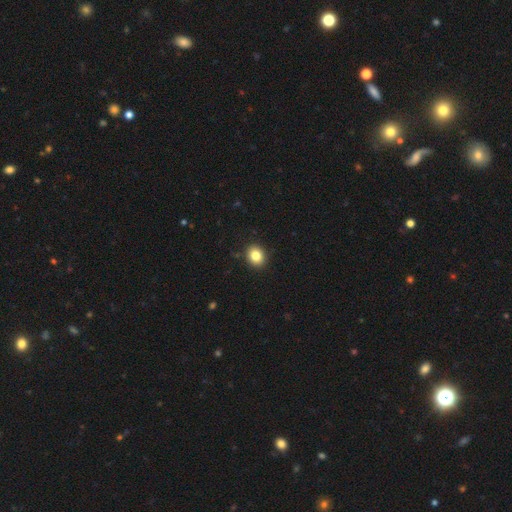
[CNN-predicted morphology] Smooth or featured? Predicted: smooth (p=0.85). How rounded? Predicted: round (p=0.63). Merging? Predicted: none (p=0.91).